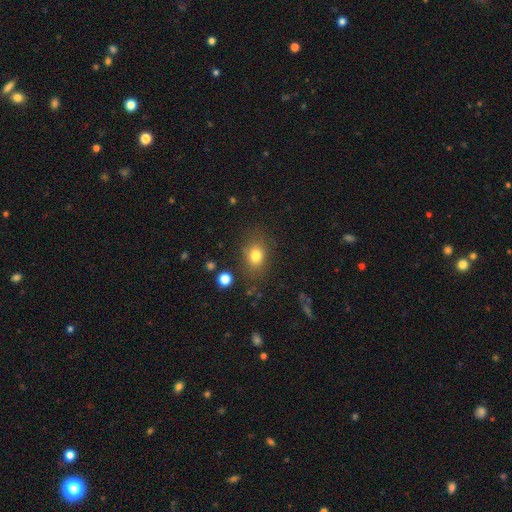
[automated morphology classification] Q: Smooth or featured?
A: smooth (79%); runner-up: star or artifact (12%)
Q: How rounded?
A: in between (61%); runner-up: round (37%)
Q: Merging?
A: none (77%); runner-up: minor disturbance (14%)